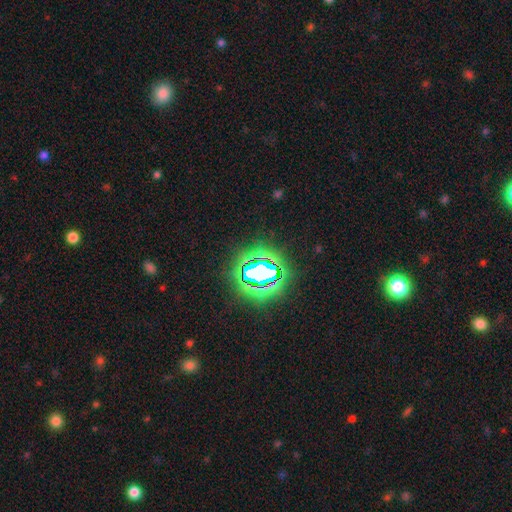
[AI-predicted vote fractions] The model was most divided on "smooth or featured": star or artifact: 83%, smooth: 11%, featured or disk: 6%.